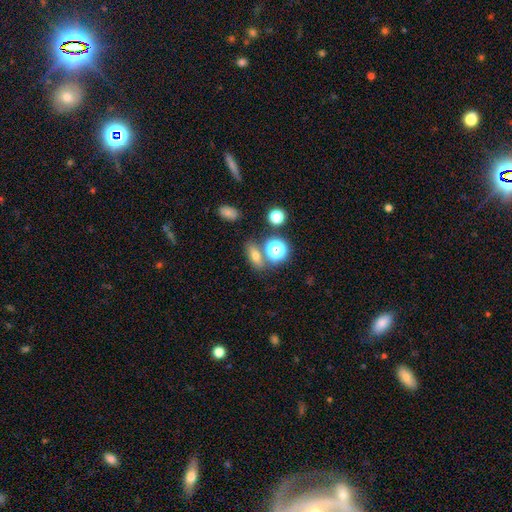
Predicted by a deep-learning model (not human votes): A smooth galaxy with no disk features (62%) that is in between round and cigar-shaped (60%). Merging: none (70%).